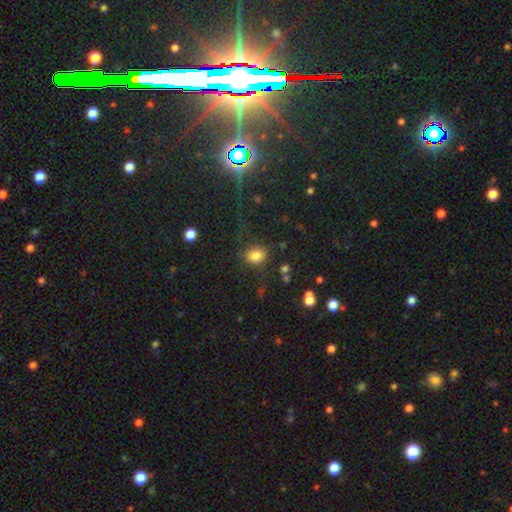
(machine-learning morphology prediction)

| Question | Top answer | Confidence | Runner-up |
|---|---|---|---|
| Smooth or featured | smooth | 79% | star or artifact (13%) |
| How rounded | in between | 54% | round (45%) |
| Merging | none | 70% | minor disturbance (16%) |